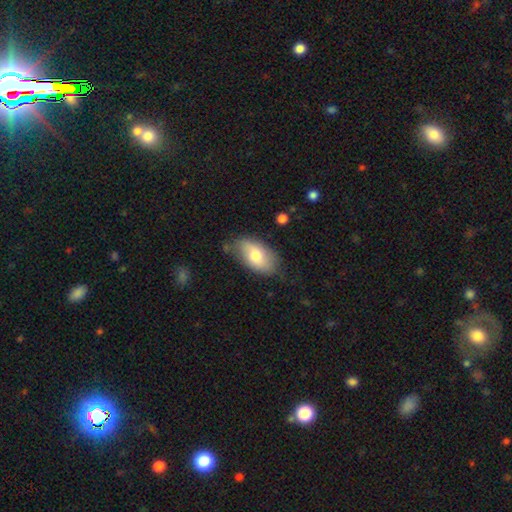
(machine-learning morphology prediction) type=smooth (69%); roundness=in between (93%); merging=none (70%).